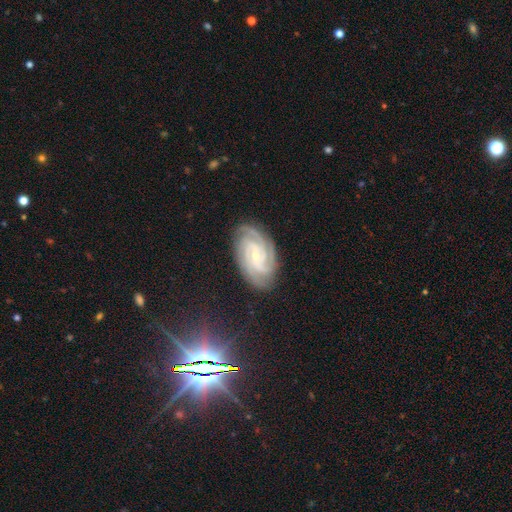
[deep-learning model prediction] Morphology: type=featured or disk (89%); edge-on=no (97%); bar=weak (42%); spiral arms=yes (98%); winding=tight (74%); arm count=3 (33%); bulge=small (77%); merging=none (82%).